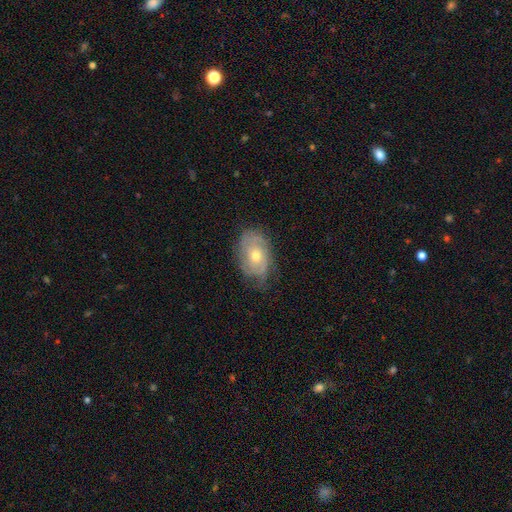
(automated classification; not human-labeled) smooth_or_featured: featured or disk (p=0.64) [alt: smooth p=0.29]
disk_edge_on: no (p=0.95) [alt: yes p=0.05]
bar: no (p=0.83) [alt: weak p=0.15]
has_spiral_arms: yes (p=0.78) [alt: no p=0.22]
bulge_size: moderate (p=0.63) [alt: small p=0.33]
merging: none (p=0.65) [alt: minor disturbance p=0.25]